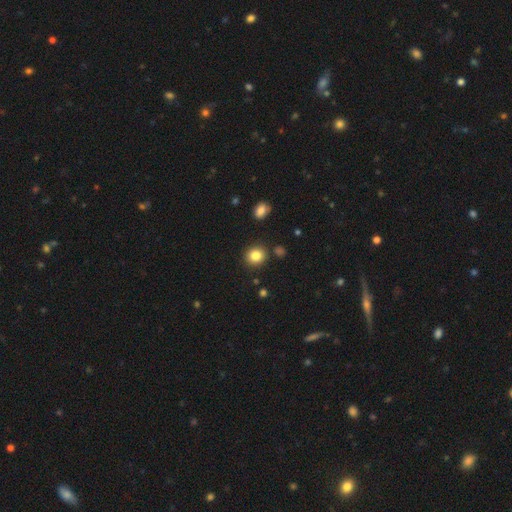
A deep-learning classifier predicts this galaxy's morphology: Overall: smooth (84%). How rounded: round (81%). Merging: none (87%).